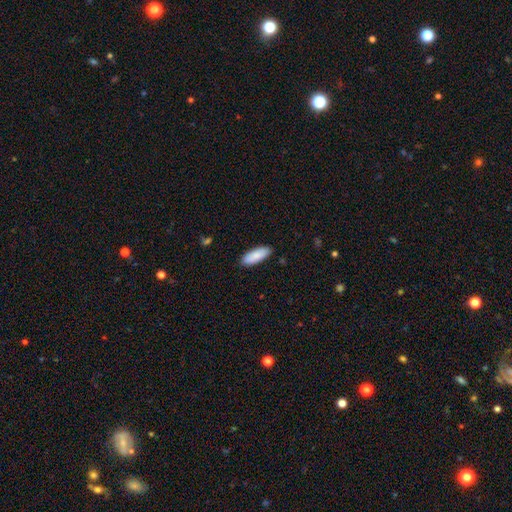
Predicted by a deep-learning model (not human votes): Q: Smooth or featured?
A: smooth (88%); runner-up: featured or disk (7%)
Q: How rounded?
A: in between (70%); runner-up: cigar-shaped (28%)
Q: Merging?
A: none (88%); runner-up: minor disturbance (9%)